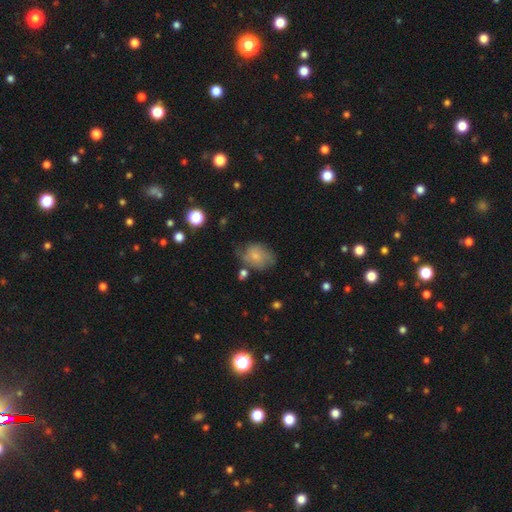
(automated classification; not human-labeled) smooth_or_featured: smooth (p=0.64) [alt: featured or disk p=0.27]
how_rounded: in between (p=0.65) [alt: round p=0.34]
merging: none (p=0.47) [alt: minor disturbance p=0.32]